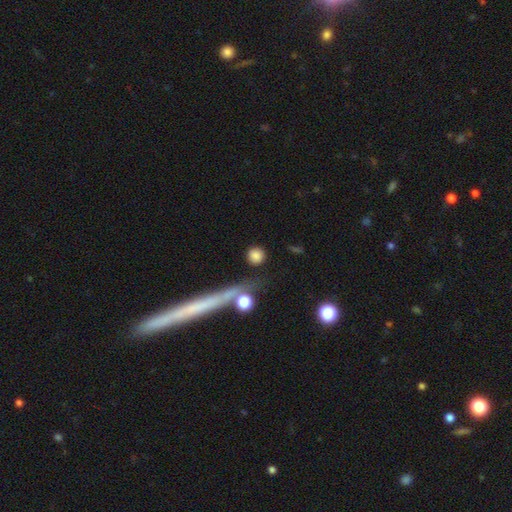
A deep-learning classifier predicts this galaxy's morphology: Smooth or featured?
  - smooth: 83% *
  - star or artifact: 9%
  - featured or disk: 8%
How rounded?
  - round: 89% *
  - in between: 8%
  - cigar-shaped: 4%
Merging?
  - none: 81% *
  - minor disturbance: 9%
  - merger: 5%
  - major disturbance: 5%